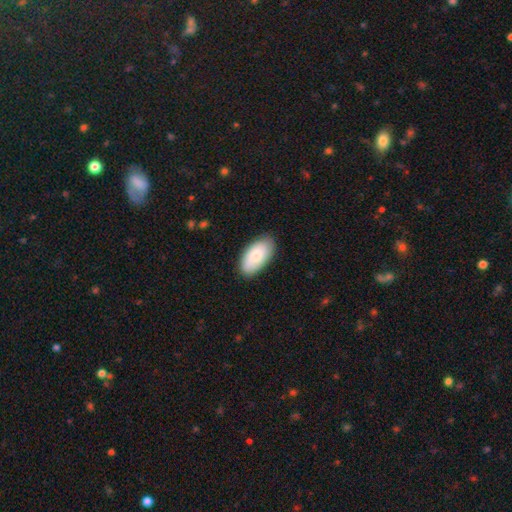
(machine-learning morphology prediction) A smooth galaxy with no disk features (81%) that is in between round and cigar-shaped (95%).

Vote fractions:
- Smooth or featured? smooth: 81% / featured or disk: 13% / star or artifact: 6%
- How rounded? in between: 95% / cigar-shaped: 3% / round: 2%
- Merging? none: 85% / minor disturbance: 12% / major disturbance: 2% / merger: 1%